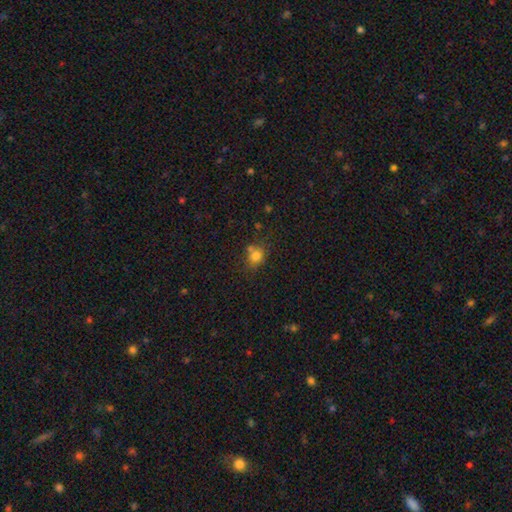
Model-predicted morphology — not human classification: A smooth galaxy with no disk features (77%) that is round (65%). Merging: none (58%).